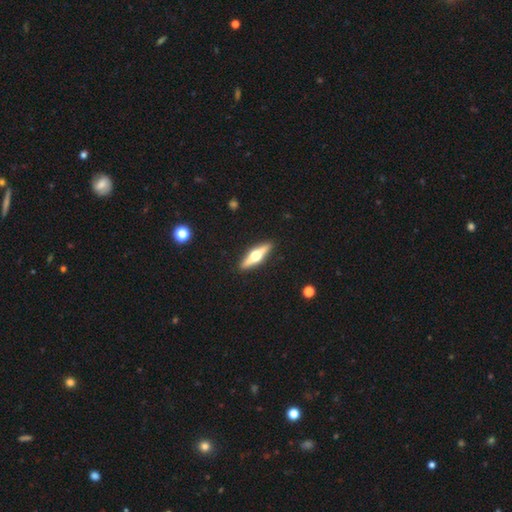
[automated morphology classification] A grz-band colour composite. It shows a featured or disk galaxy (69%) viewed edge-on (97%) with a rounded central bulge (97%). Merging: none (91%).